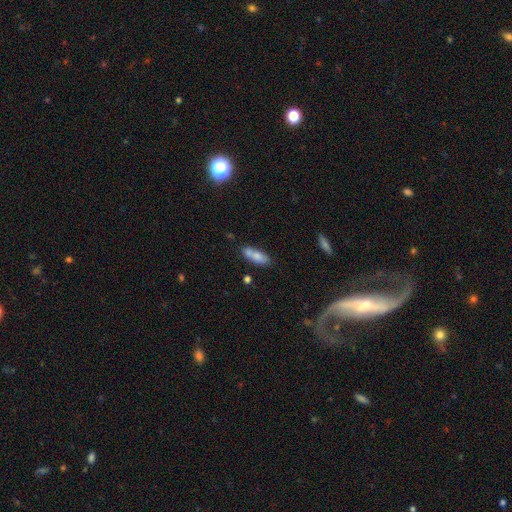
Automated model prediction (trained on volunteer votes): Smooth or featured? Predicted: smooth (p=0.75). How rounded? Predicted: in between (p=0.67). Merging? Predicted: none (p=0.53).